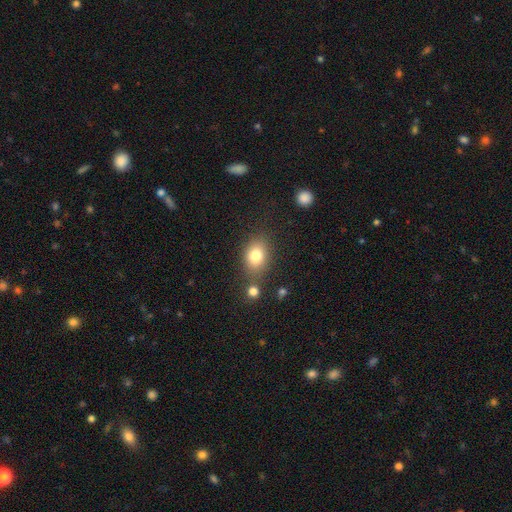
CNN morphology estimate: Smooth or featured? smooth (80%)
How rounded? in between (64%)
Merging? none (70%)